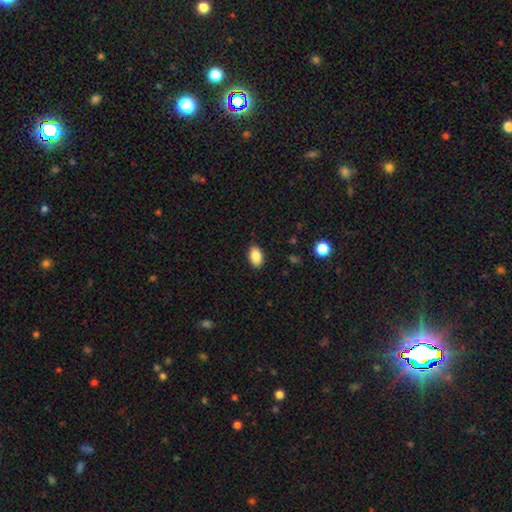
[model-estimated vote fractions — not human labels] The model was most divided on "merging": none: 88%, minor disturbance: 9%, major disturbance: 2%, merger: 1%. More confident: how rounded — in between (91%); smooth or featured — smooth (87%).